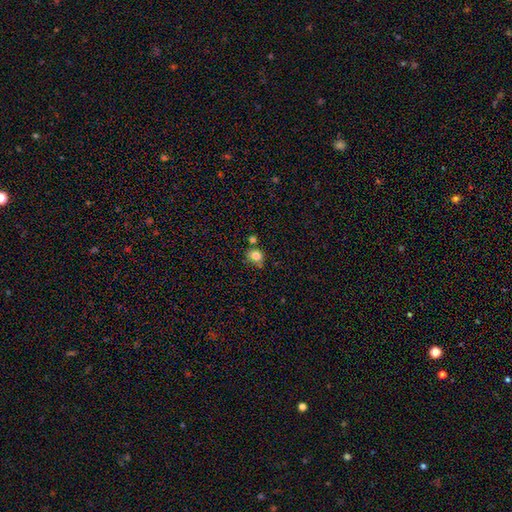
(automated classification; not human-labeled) Smooth or featured: smooth — 82% (star or artifact — 11%)
How rounded: round — 72% (in between — 27%)
Merging: none — 66% (minor disturbance — 18%)